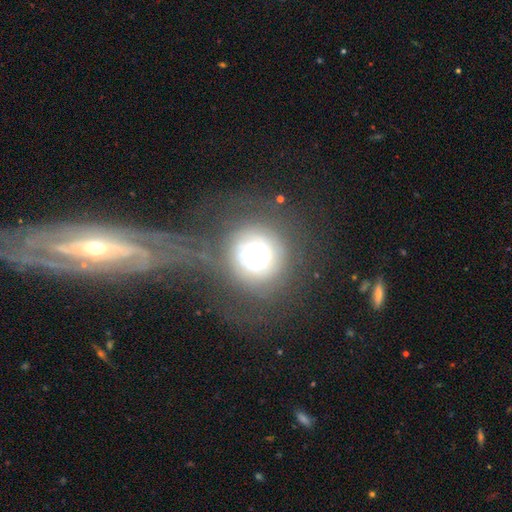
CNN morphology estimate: Smooth or featured? Predicted: featured or disk (p=0.65). Edge-on disk? Predicted: no (p=0.96). Bar? Predicted: no (p=0.72). Spiral arms? Predicted: yes (p=0.87). Spiral winding? Predicted: tight (p=0.68). Spiral arm count? Predicted: can't tell (p=0.38). Bulge size? Predicted: large (p=0.48). Merging? Predicted: none (p=0.57).